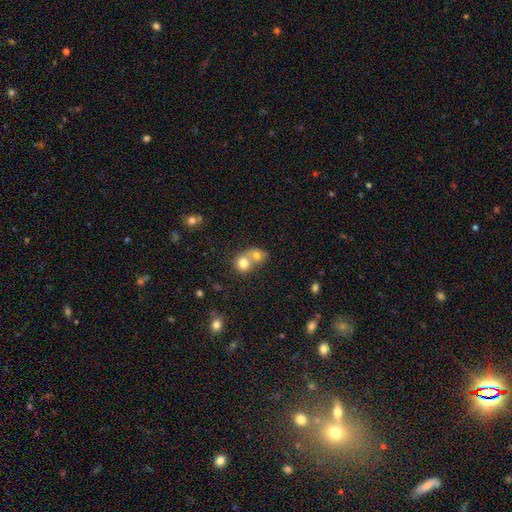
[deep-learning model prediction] Smooth or featured? Predicted: smooth (p=0.68). How rounded? Predicted: round (p=0.72). Merging? Predicted: merger (p=0.62).